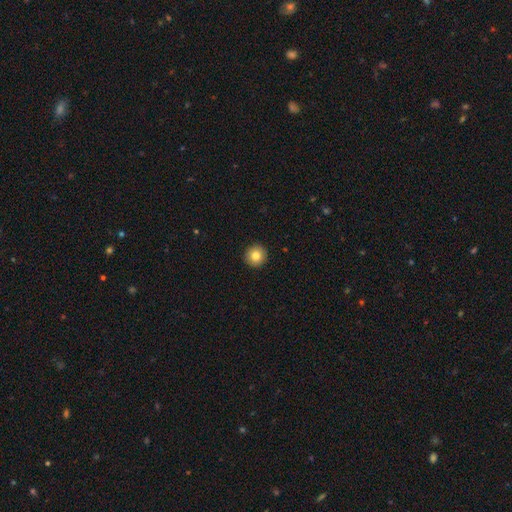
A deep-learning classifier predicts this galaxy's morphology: Smooth or featured? Predicted: smooth (p=0.81). How rounded? Predicted: round (p=0.96). Merging? Predicted: none (p=0.94).